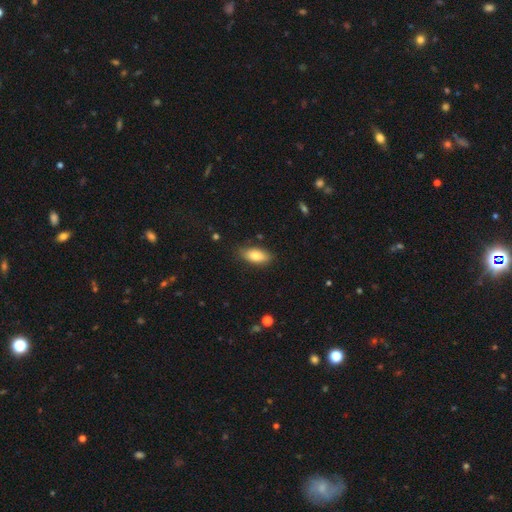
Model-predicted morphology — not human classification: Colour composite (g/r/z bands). It shows a smooth galaxy with no disk features (81%) that is in between round and cigar-shaped (88%). Merging: none (83%).